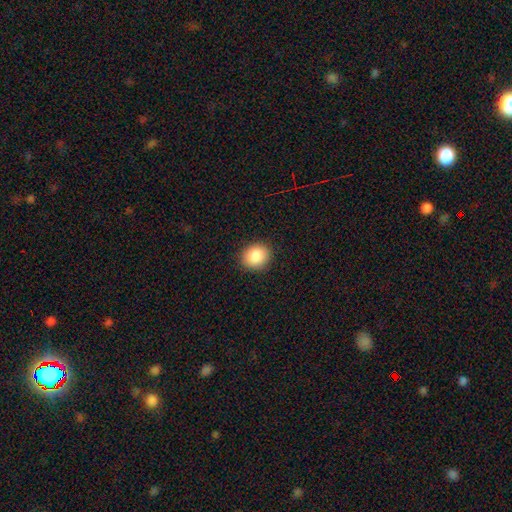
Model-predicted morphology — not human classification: Smooth or featured: smooth — 87% (star or artifact — 9%)
How rounded: round — 69% (in between — 30%)
Merging: none — 91% (minor disturbance — 7%)